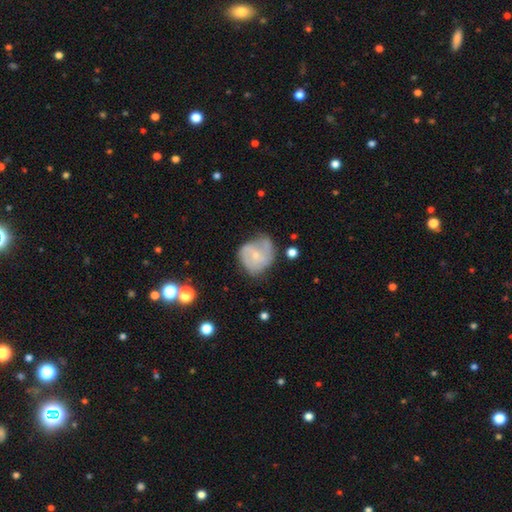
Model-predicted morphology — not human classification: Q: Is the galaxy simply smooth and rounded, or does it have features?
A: featured or disk — 59%.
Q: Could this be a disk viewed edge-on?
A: no — 98%.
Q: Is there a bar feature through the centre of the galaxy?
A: no — 69%.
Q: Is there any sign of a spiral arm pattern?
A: yes — 76%.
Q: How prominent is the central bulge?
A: small — 75%.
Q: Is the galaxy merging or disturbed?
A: none — 43%.